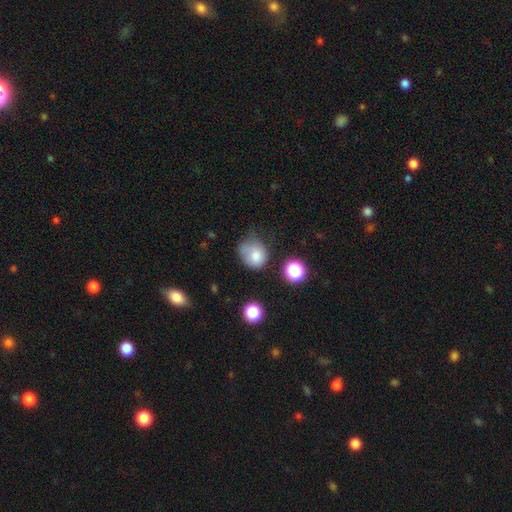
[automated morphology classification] A smooth galaxy with no disk features (77%) that is round (67%).

Vote fractions:
- Smooth or featured? smooth: 77% / featured or disk: 12% / star or artifact: 11%
- How rounded? round: 67% / in between: 32% / cigar-shaped: 1%
- Merging? minor disturbance: 38% / none: 36% / major disturbance: 20% / merger: 7%